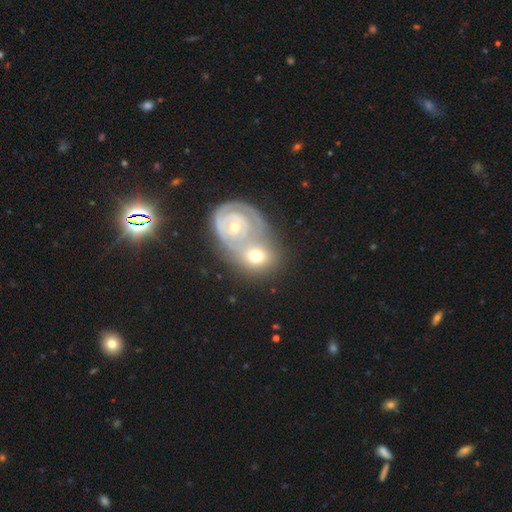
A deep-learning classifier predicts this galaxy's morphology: Overall: featured or disk (57%; smooth 35%). Edge-on disk: no (96%). Bar: no (78%). Spiral arms: yes (71%). Bulge size: moderate (47%; small 44%). Merging: merger (63%; none 24%).